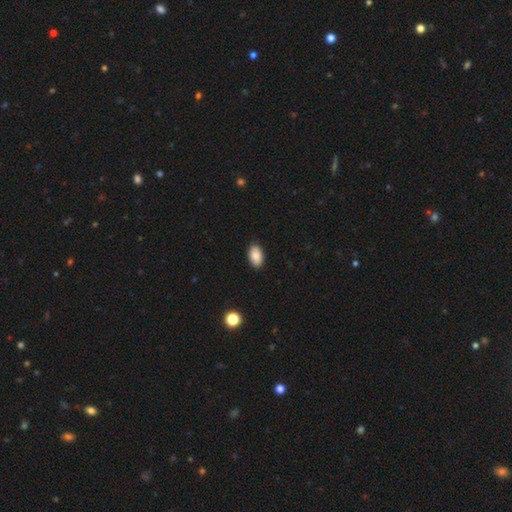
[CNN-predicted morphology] A smooth galaxy with no disk features (88%) that is in between round and cigar-shaped (94%).

Vote fractions:
- Smooth or featured? smooth: 88% / star or artifact: 7% / featured or disk: 5%
- How rounded? in between: 94% / round: 4% / cigar-shaped: 2%
- Merging? none: 89% / minor disturbance: 8% / major disturbance: 2% / merger: 1%